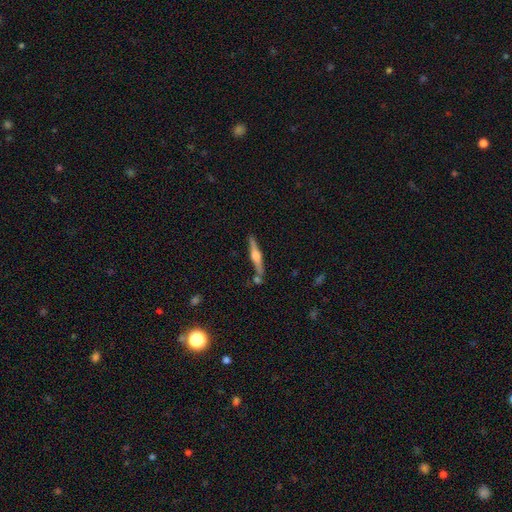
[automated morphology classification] A featured or disk galaxy (72%) viewed edge-on (98%) with a rounded central bulge (91%). Merging: none (78%).